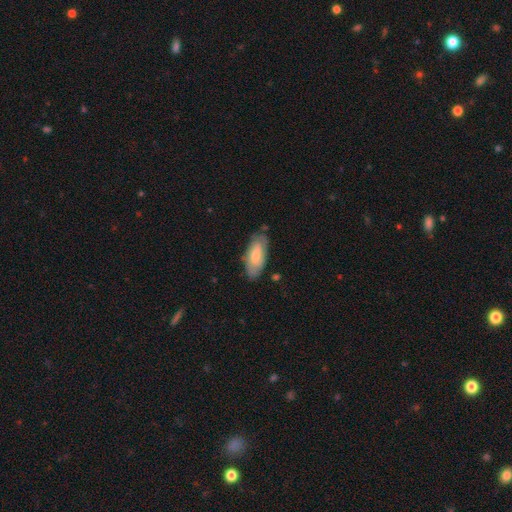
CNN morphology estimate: Q: Smooth or featured?
A: smooth (64%); runner-up: featured or disk (31%)
Q: How rounded?
A: in between (84%); runner-up: cigar-shaped (14%)
Q: Merging?
A: none (72%); runner-up: minor disturbance (21%)